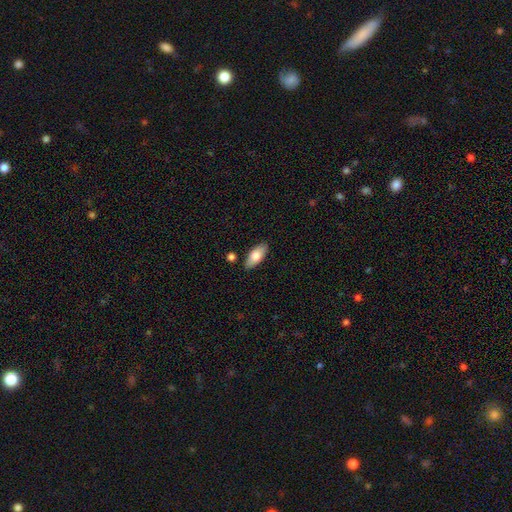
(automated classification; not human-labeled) Q: Smooth or featured?
A: smooth (76%); runner-up: featured or disk (18%)
Q: How rounded?
A: in between (85%); runner-up: cigar-shaped (13%)
Q: Merging?
A: none (84%); runner-up: minor disturbance (11%)